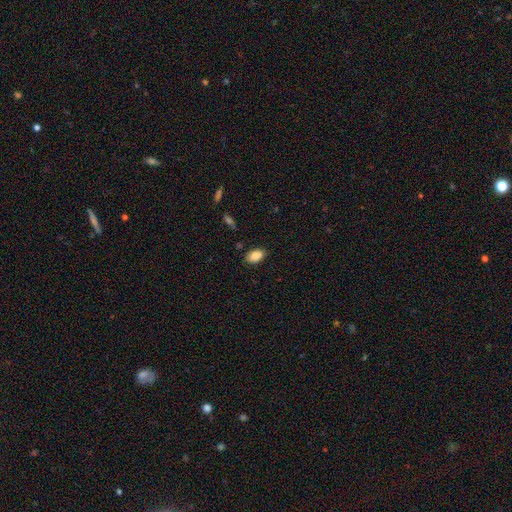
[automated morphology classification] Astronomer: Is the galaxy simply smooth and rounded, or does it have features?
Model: smooth — 88%.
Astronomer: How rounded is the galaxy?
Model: in between — 92%.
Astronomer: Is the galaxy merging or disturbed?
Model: none — 85%.